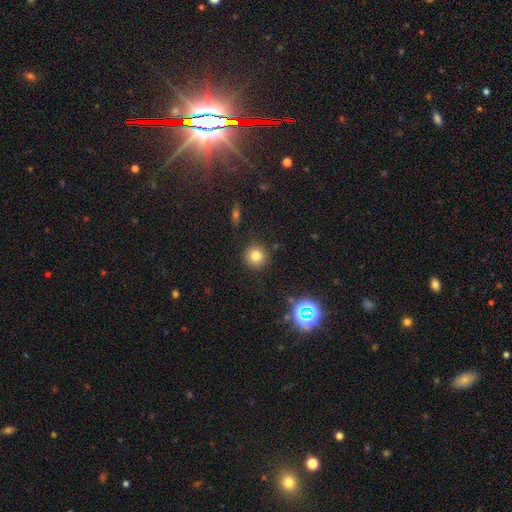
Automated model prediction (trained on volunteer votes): smooth 78%, star or artifact 14%, featured or disk 7%. Down the decision tree: how rounded — round (93%); merging — none (89%).